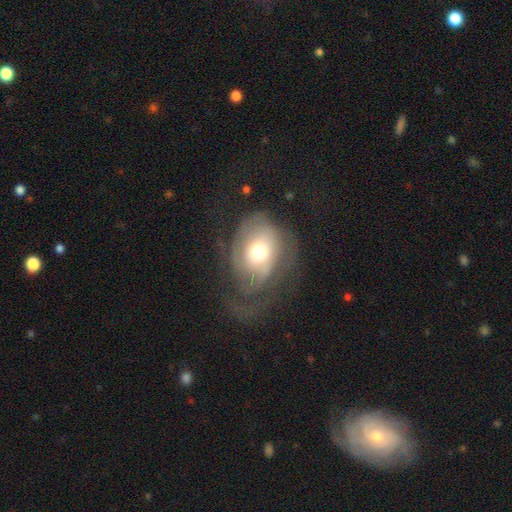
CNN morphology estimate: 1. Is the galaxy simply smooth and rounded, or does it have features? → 51% featured or disk, 40% smooth, 9% star or artifact.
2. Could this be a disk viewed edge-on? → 94% no, 6% yes.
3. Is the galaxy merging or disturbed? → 39% none, 36% major disturbance, 23% minor disturbance, 2% merger.